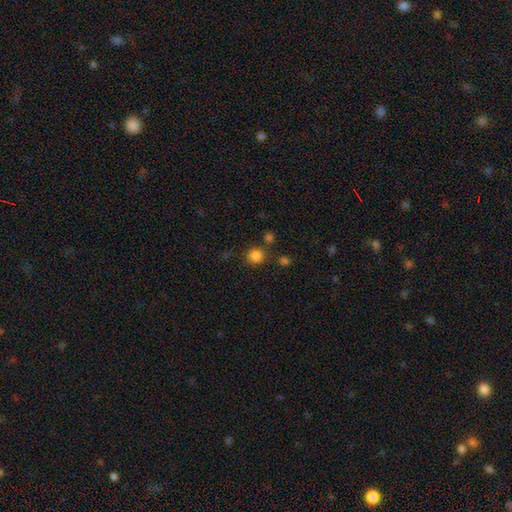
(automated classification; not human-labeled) A smooth galaxy with no disk features (83%) that is round (90%). Merging: none (79%).